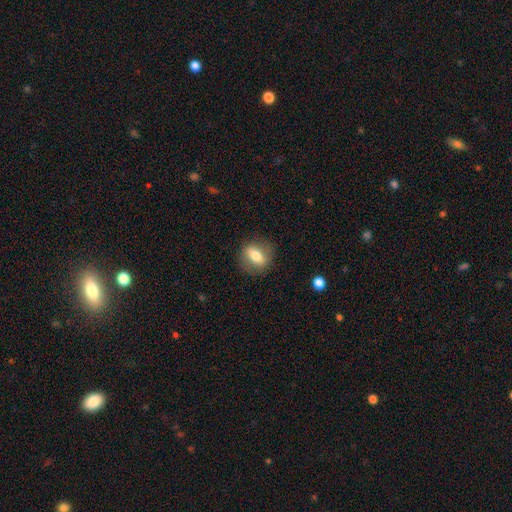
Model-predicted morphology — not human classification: This is likely a smooth galaxy (62%). How rounded: possibly in between (53%). Merging: clearly none (83%).